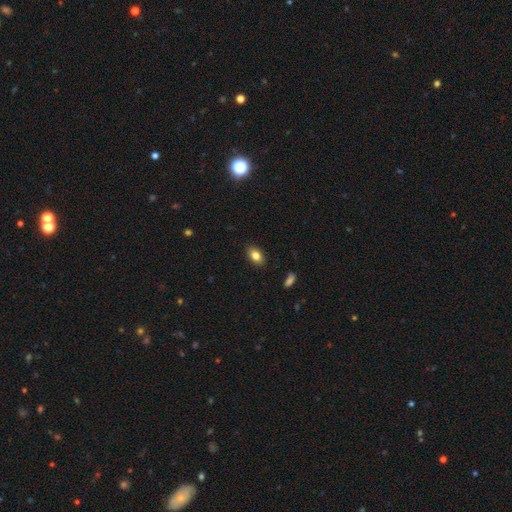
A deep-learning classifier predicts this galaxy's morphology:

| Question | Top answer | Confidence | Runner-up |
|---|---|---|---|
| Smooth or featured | smooth | 83% | featured or disk (8%) |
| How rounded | in between | 89% | round (9%) |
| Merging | none | 88% | minor disturbance (9%) |